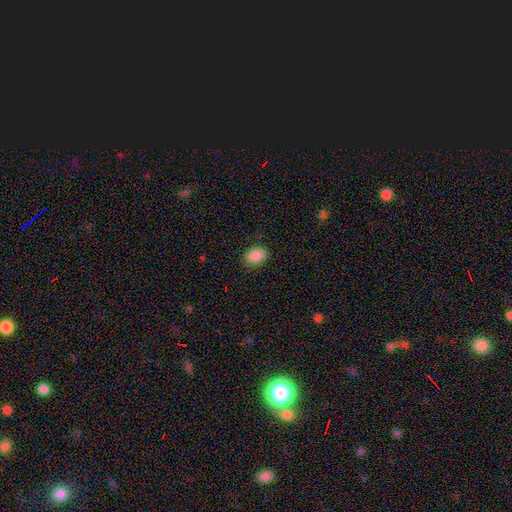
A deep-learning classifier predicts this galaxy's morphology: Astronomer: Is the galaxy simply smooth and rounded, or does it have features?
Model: smooth — 90%.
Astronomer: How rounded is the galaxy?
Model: in between — 80%.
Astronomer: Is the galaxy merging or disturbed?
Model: none — 87%.